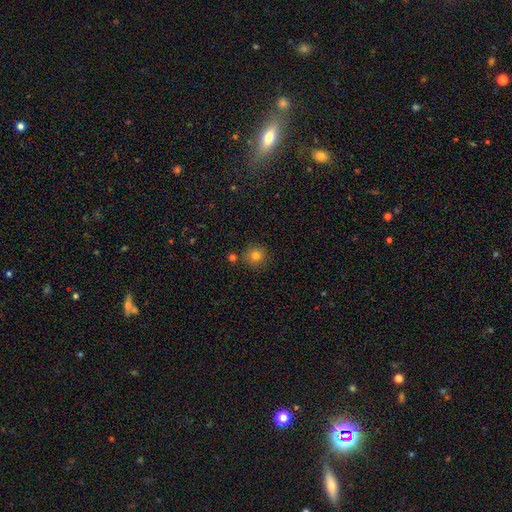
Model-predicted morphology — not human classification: Smooth or featured? smooth (80%)
How rounded? round (92%)
Merging? none (82%)